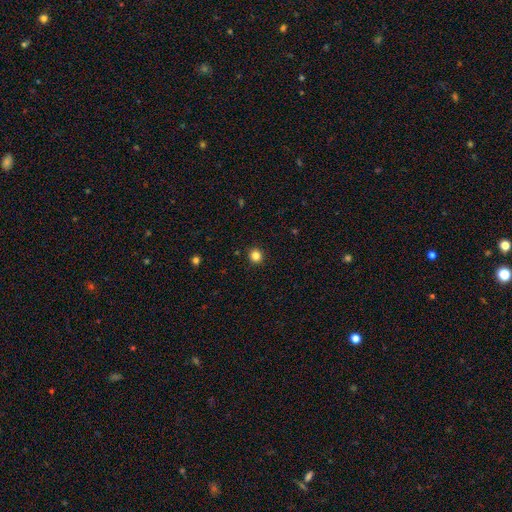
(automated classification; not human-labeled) smooth_or_featured: smooth (p=0.83) [alt: star or artifact p=0.13]
how_rounded: round (p=0.92) [alt: in between p=0.07]
merging: none (p=0.93) [alt: minor disturbance p=0.05]